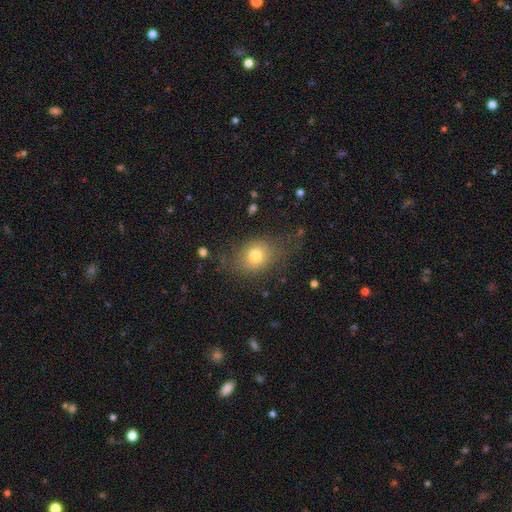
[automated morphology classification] Overall: smooth (72%). How rounded: in between (49%, tied with round). Merging: none (60%; minor disturbance 22%).